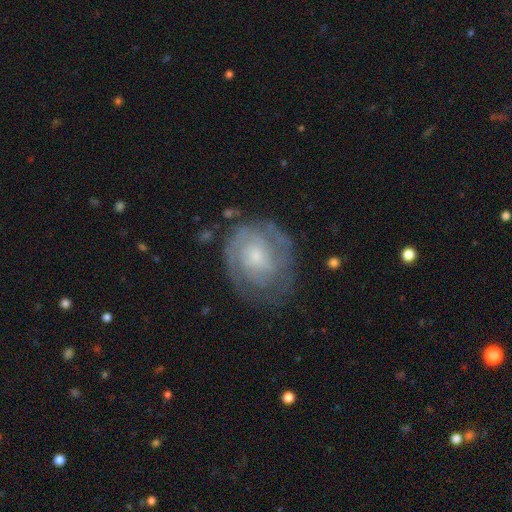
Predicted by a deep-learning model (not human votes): Morphology: type=featured or disk (76%); edge-on=no (97%); bar=no (70%); spiral arms=yes (88%); winding=tight (64%); arm count=can't tell (40%); bulge=small (59%); merging=none (69%).